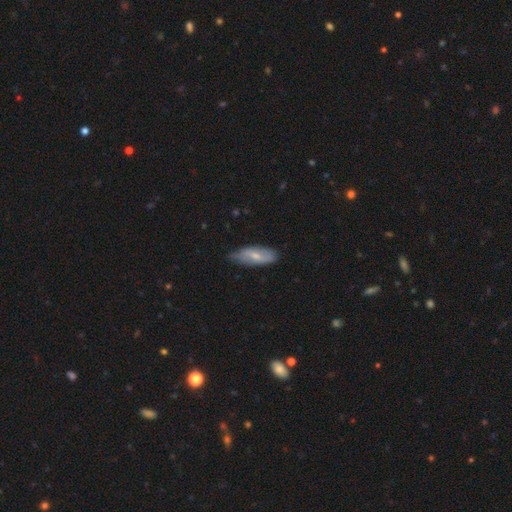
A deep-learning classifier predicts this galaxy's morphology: This is possibly a smooth galaxy (52%). How rounded: likely in between (74%). Merging: likely none (69%).